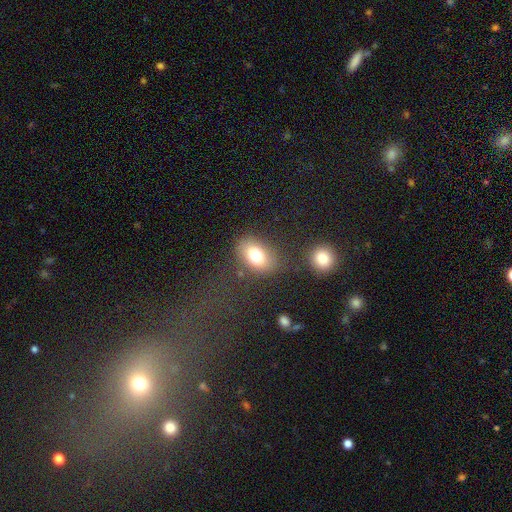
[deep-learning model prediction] This is likely a smooth galaxy (75%). How rounded: likely in between (78%). Merging: likely none (76%).